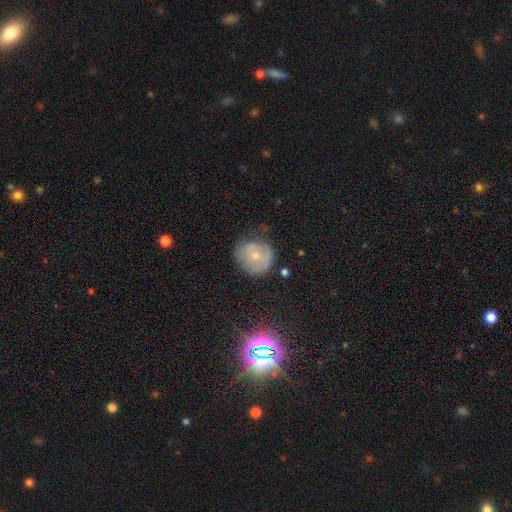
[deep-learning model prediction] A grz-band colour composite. It shows a smooth galaxy with no disk features (56%) that is round (80%). Merging: none (58%).